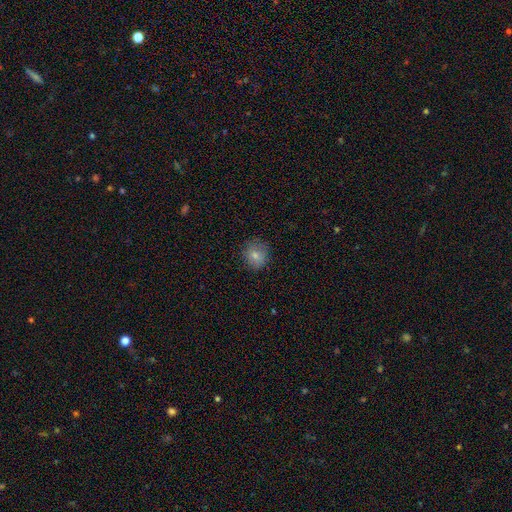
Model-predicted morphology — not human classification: The model was most divided on "how rounded": round: 79%, in between: 20%, cigar-shaped: 1%. More confident: merging — none (81%); smooth or featured — smooth (79%).